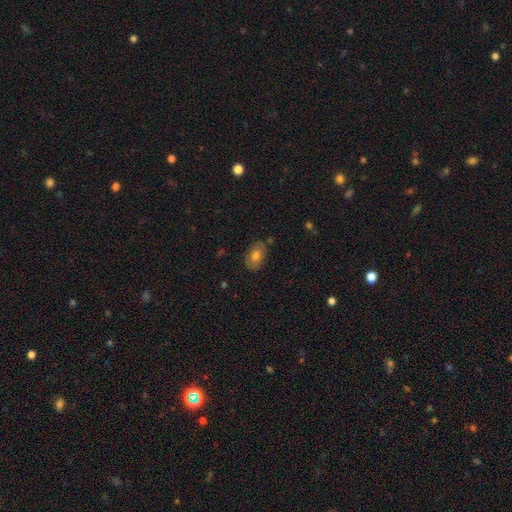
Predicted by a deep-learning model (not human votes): This is likely a smooth galaxy (73%). How rounded: clearly in between (86%). Merging: likely none (78%).